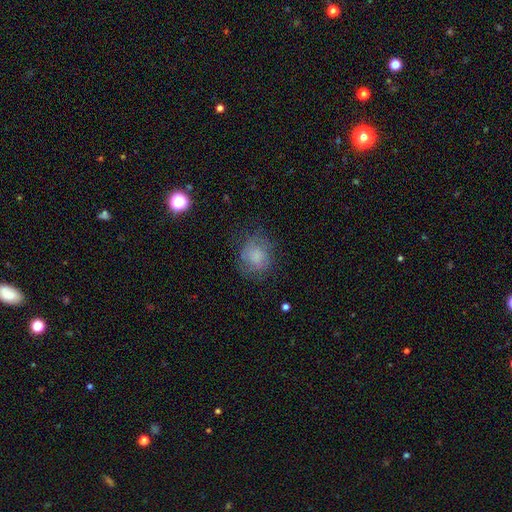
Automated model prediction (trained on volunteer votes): Smooth or featured?
  - smooth: 63% *
  - featured or disk: 25%
  - star or artifact: 12%
How rounded?
  - round: 71% *
  - in between: 28%
  - cigar-shaped: 1%
Merging?
  - none: 65% *
  - minor disturbance: 21%
  - major disturbance: 13%
  - merger: 1%